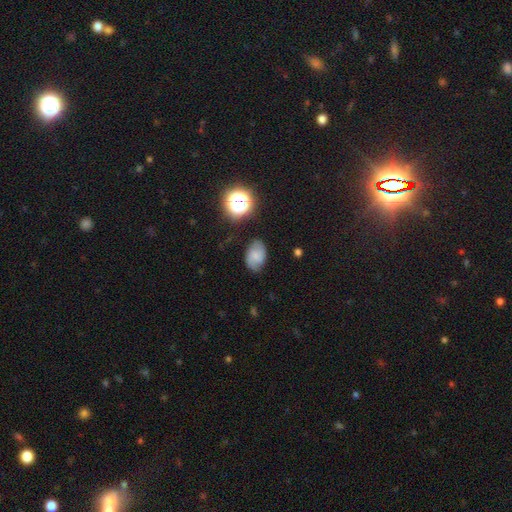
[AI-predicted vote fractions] The model was most divided on "smooth or featured": smooth: 52%, featured or disk: 35%, star or artifact: 13%. More confident: how rounded — in between (81%); merging — none (70%).